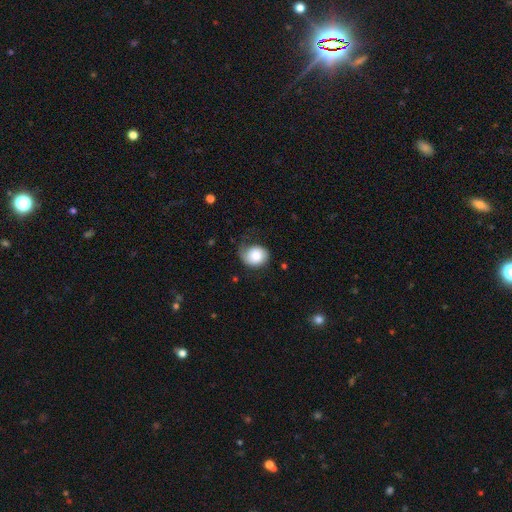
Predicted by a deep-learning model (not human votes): smooth-or-featured: smooth: 72% | featured or disk: 21% | star or artifact: 7%
  how-rounded: round: 66% | in between: 33% | cigar-shaped: 1%
  merging: none: 41% | minor disturbance: 31% | major disturbance: 27% | merger: 2%